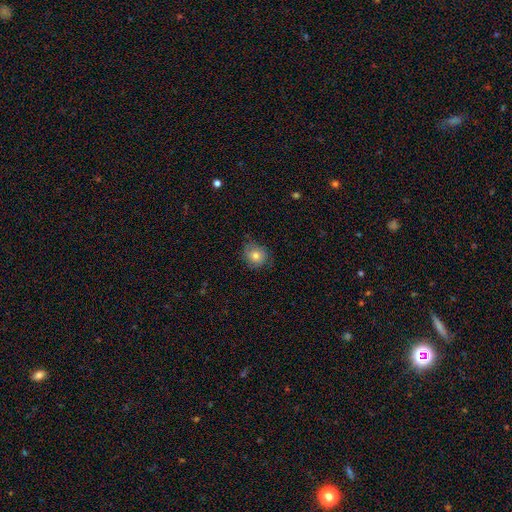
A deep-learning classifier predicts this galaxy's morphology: A smooth galaxy with no disk features (73%) that is round (79%).

Vote fractions:
- Smooth or featured? smooth: 73% / featured or disk: 17% / star or artifact: 10%
- How rounded? round: 79% / in between: 20% / cigar-shaped: 1%
- Merging? none: 74% / minor disturbance: 20% / major disturbance: 5% / merger: 1%